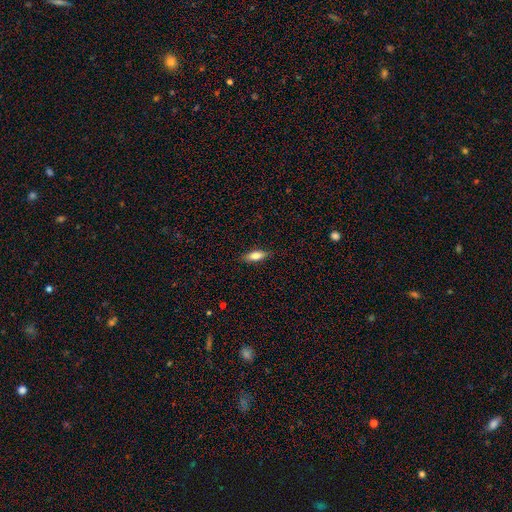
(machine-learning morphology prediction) Smooth or featured: smooth — 73% (featured or disk — 20%)
How rounded: in between — 66% (cigar-shaped — 31%)
Merging: none — 87% (minor disturbance — 10%)